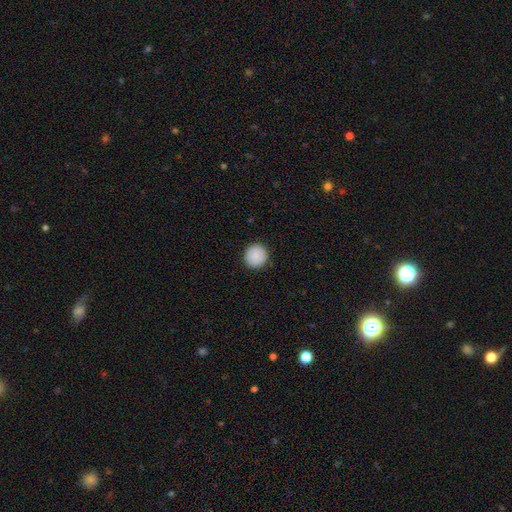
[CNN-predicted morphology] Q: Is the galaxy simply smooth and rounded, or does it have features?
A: smooth — 90%.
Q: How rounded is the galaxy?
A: round — 93%.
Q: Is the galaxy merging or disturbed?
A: none — 91%.